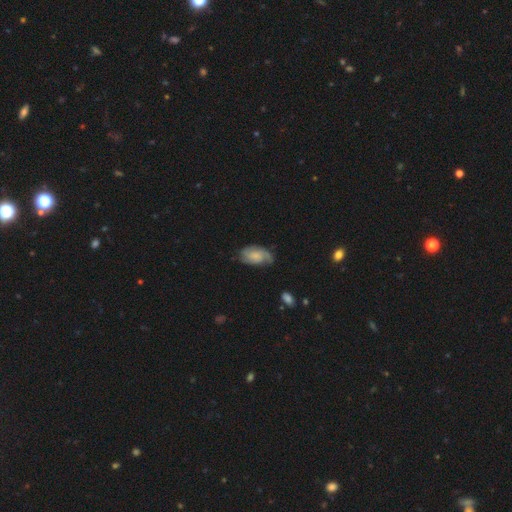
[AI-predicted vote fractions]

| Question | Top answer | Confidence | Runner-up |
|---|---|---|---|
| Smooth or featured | featured or disk | 50% | smooth (43%) |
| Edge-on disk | no | 95% | yes (5%) |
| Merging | none | 59% | minor disturbance (28%) |